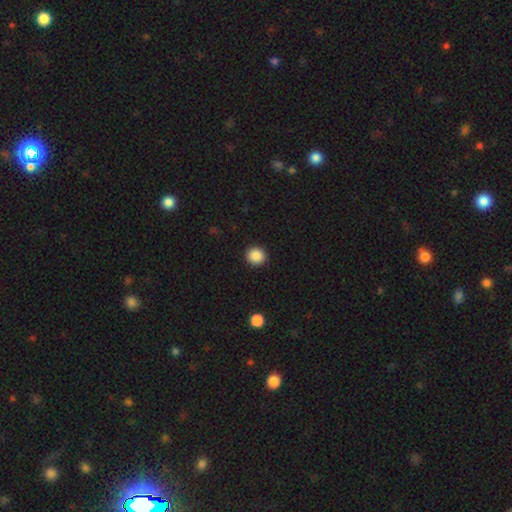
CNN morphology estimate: Q: Smooth or featured?
A: smooth (88%); runner-up: star or artifact (9%)
Q: How rounded?
A: round (91%); runner-up: in between (8%)
Q: Merging?
A: none (92%); runner-up: minor disturbance (5%)